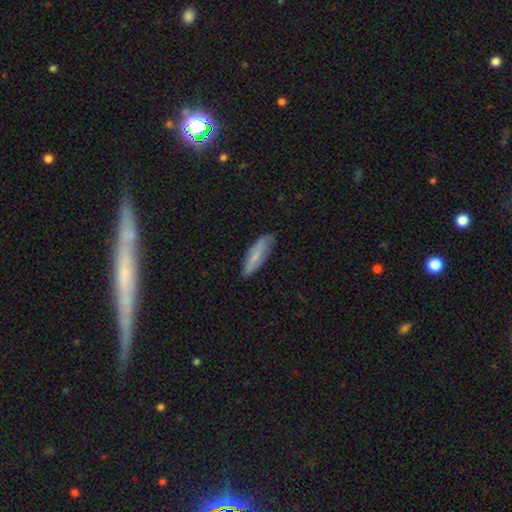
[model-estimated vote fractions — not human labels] Smooth or featured?
  - smooth: 65% *
  - featured or disk: 29%
  - star or artifact: 6%
How rounded?
  - cigar-shaped: 52% *
  - in between: 46%
  - round: 2%
Merging?
  - none: 80% *
  - minor disturbance: 16%
  - major disturbance: 3%
  - merger: 1%